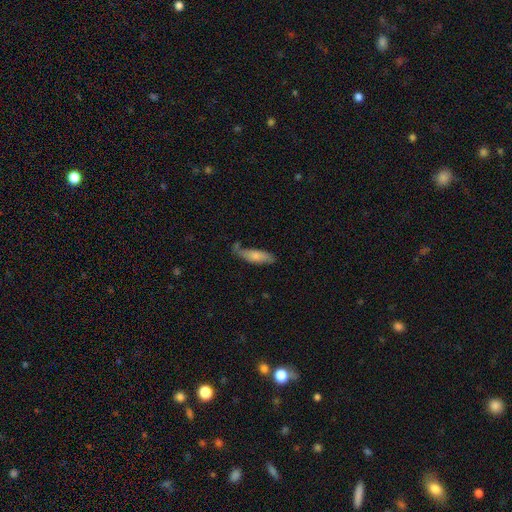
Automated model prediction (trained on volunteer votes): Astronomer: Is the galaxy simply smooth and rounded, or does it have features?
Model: smooth — 71%.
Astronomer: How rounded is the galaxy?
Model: in between — 51% (runner-up: cigar-shaped, 47%).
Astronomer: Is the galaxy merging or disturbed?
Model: none — 57%.